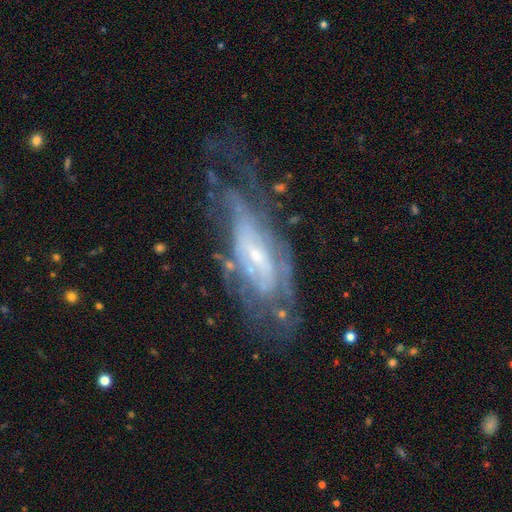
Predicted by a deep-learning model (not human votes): Overall: featured or disk (78%). Edge-on disk: no (82%). Bar: no (51%; weak 36%). Spiral arms: yes (77%). Bulge size: small (65%; moderate 25%). Merging: none (51%; minor disturbance 24%).